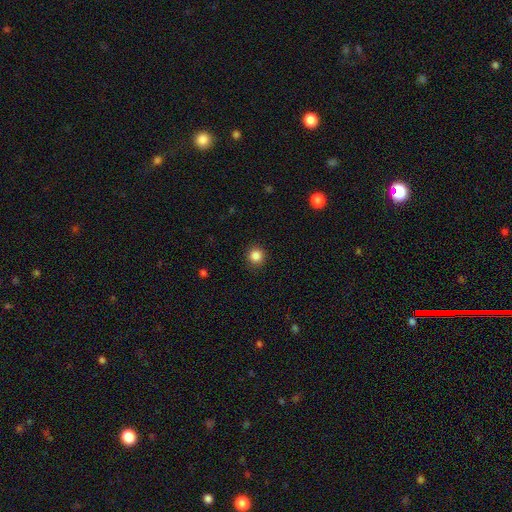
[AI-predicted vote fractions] A smooth galaxy with no disk features (85%) that is round (95%). Merging: none (92%).